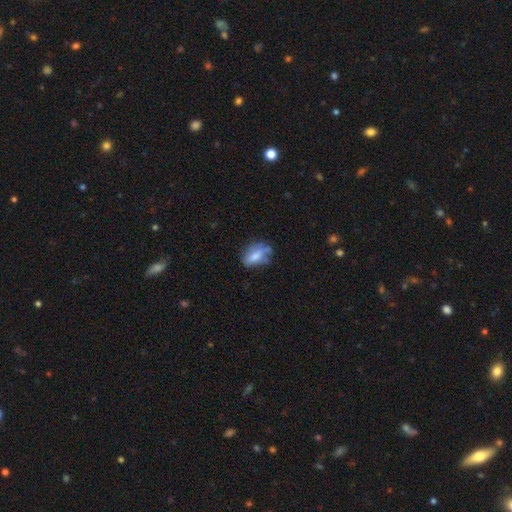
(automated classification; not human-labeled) Smooth or featured?
  - smooth: 64% *
  - featured or disk: 26%
  - star or artifact: 9%
How rounded?
  - in between: 83% *
  - round: 9%
  - cigar-shaped: 8%
Merging?
  - none: 45% *
  - minor disturbance: 31%
  - major disturbance: 16%
  - merger: 7%